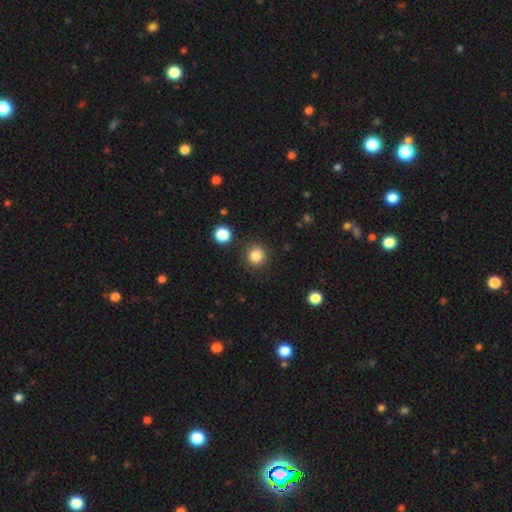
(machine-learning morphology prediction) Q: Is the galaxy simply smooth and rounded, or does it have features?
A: smooth — 84%.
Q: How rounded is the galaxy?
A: round — 91%.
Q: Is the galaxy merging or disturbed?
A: none — 88%.